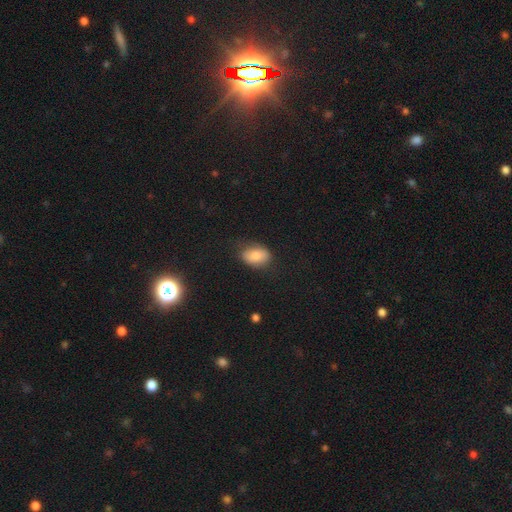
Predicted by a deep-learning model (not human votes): Smooth or featured?
  - smooth: 80% *
  - featured or disk: 12%
  - star or artifact: 8%
How rounded?
  - in between: 85% *
  - round: 14%
  - cigar-shaped: 1%
Merging?
  - none: 72% *
  - minor disturbance: 21%
  - major disturbance: 6%
  - merger: 1%